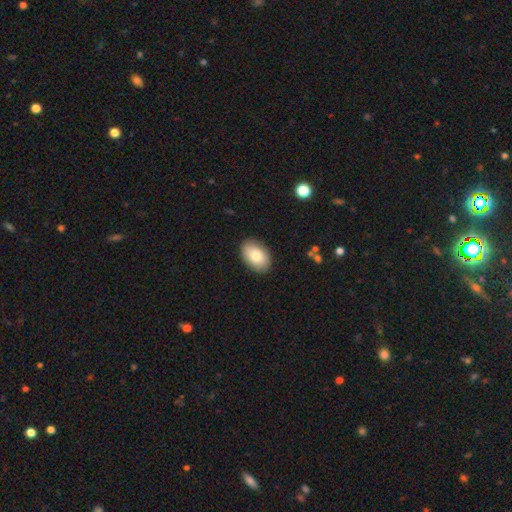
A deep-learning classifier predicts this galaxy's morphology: The model was most divided on "smooth or featured": smooth: 81%, featured or disk: 12%, star or artifact: 6%. More confident: how rounded — in between (90%); merging — none (88%).